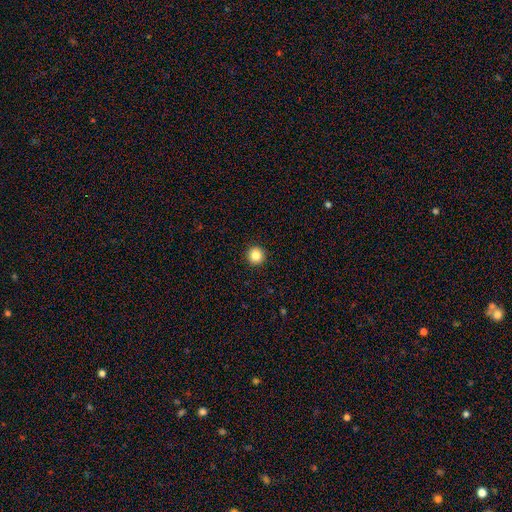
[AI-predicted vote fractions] This appears to be a smooth galaxy with no disk features (84%) that is round (96%). Merging: none (93%).